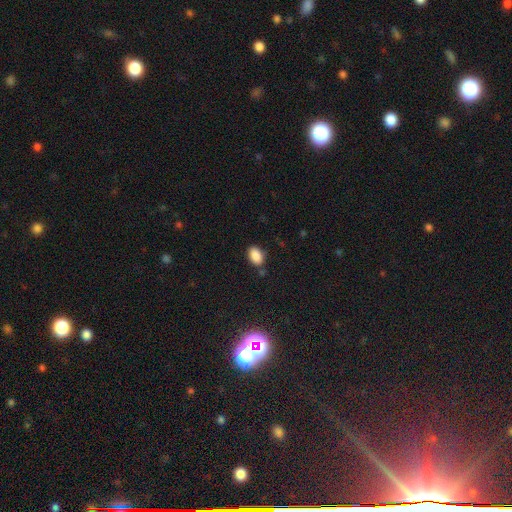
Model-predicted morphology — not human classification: Smooth or featured? smooth (88%)
How rounded? in between (89%)
Merging? none (79%)